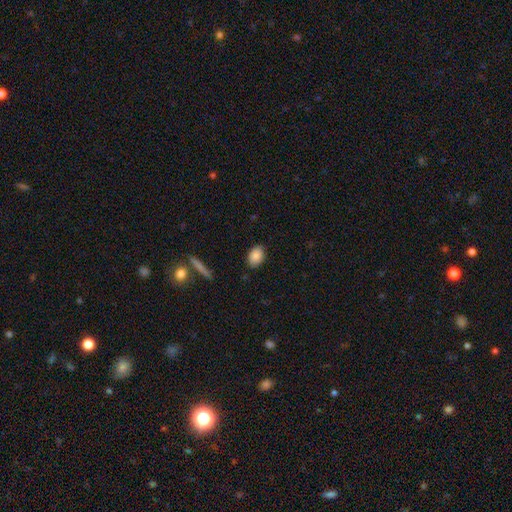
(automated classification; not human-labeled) Smooth or featured?
  - smooth: 87% *
  - star or artifact: 7%
  - featured or disk: 6%
How rounded?
  - in between: 85% *
  - round: 13%
  - cigar-shaped: 2%
Merging?
  - none: 86% *
  - minor disturbance: 10%
  - major disturbance: 2%
  - merger: 1%